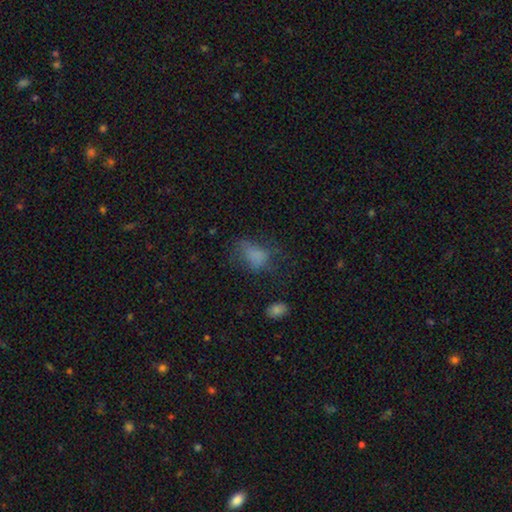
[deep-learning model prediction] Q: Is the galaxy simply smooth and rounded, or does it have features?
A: smooth — 70%.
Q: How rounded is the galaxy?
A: in between — 80%.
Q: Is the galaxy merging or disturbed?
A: none — 39%.